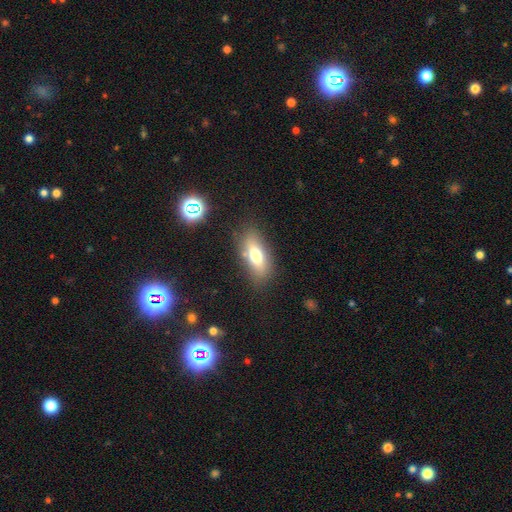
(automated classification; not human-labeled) Smooth or featured? Predicted: smooth (p=0.68). How rounded? Predicted: in between (p=0.75). Merging? Predicted: none (p=0.78).